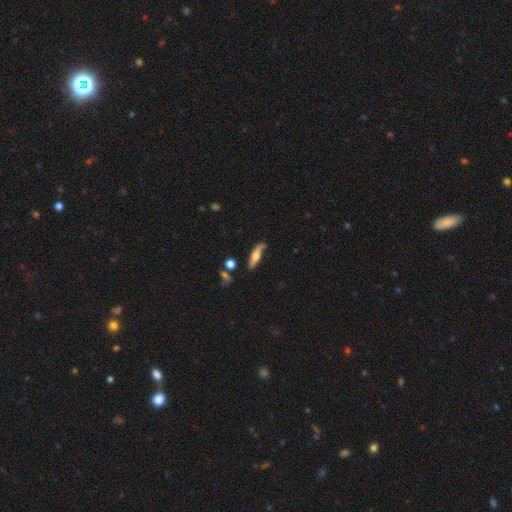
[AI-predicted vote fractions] smooth 51%, featured or disk 43%, star or artifact 7%. Down the decision tree: how rounded — cigar-shaped (70%); merging — none (70%).